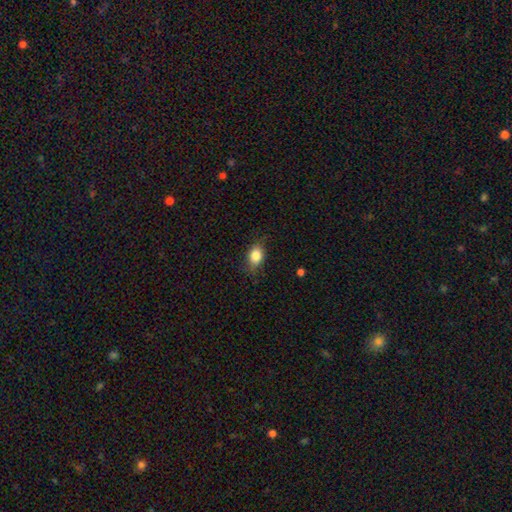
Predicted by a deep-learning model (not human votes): smooth-or-featured: smooth: 84% | star or artifact: 8% | featured or disk: 8%
  how-rounded: in between: 76% | round: 22% | cigar-shaped: 2%
  merging: none: 78% | minor disturbance: 17% | major disturbance: 4% | merger: 1%